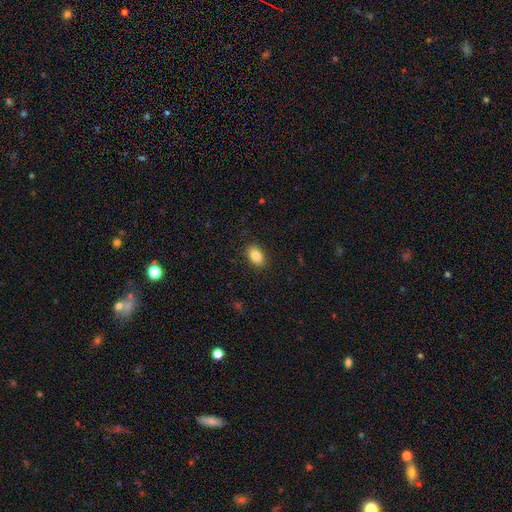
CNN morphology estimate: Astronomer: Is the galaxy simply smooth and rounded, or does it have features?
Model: smooth — 84%.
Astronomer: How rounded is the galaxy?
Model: in between — 87%.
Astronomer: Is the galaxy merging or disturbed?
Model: none — 88%.